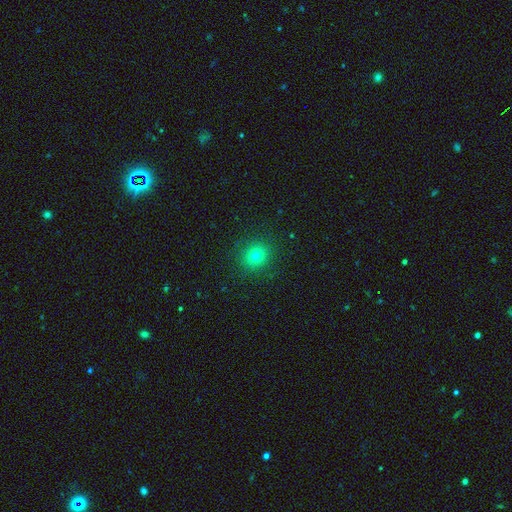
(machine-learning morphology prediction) type=smooth (77%); roundness=round (84%); merging=none (89%).